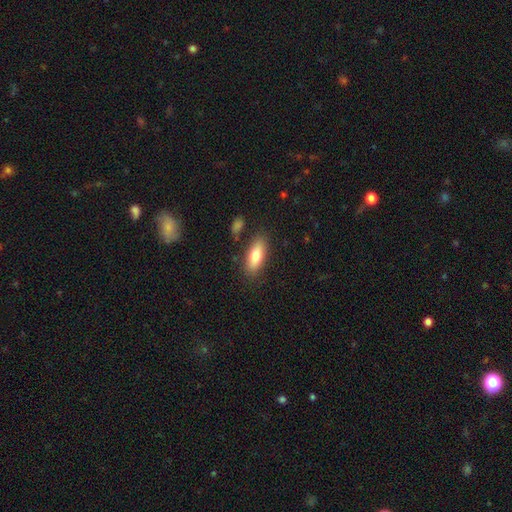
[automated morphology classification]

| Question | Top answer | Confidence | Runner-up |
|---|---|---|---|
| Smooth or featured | smooth | 77% | featured or disk (17%) |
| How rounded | in between | 74% | cigar-shaped (24%) |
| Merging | none | 83% | minor disturbance (11%) |